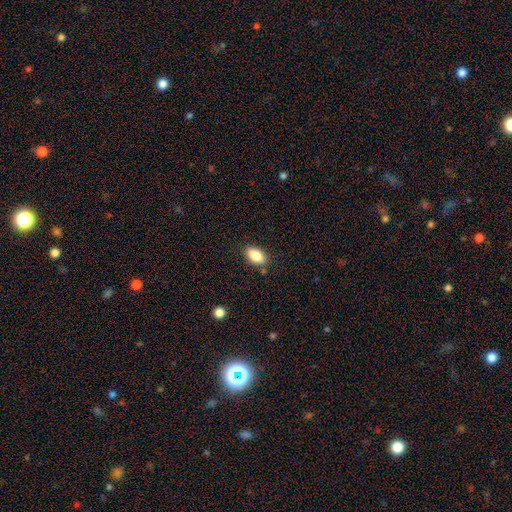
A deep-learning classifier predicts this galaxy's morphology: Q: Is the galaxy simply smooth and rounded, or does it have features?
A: smooth — 85%.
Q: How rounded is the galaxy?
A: in between — 91%.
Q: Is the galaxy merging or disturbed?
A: none — 84%.